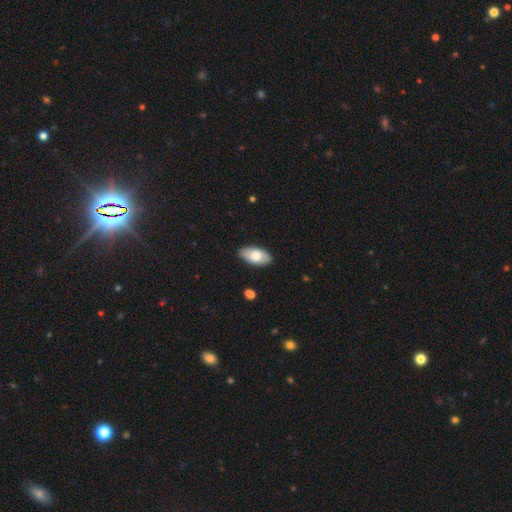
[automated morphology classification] smooth_or_featured: smooth (p=0.74) [alt: featured or disk p=0.20]
how_rounded: in between (p=0.94) [alt: cigar-shaped p=0.03]
merging: none (p=0.88) [alt: minor disturbance p=0.09]